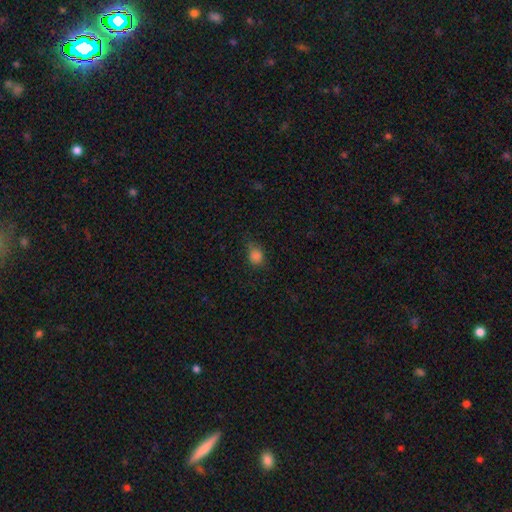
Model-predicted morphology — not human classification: smooth 81%, star or artifact 14%, featured or disk 5%. Down the decision tree: how rounded — round (54%); merging — none (56%).